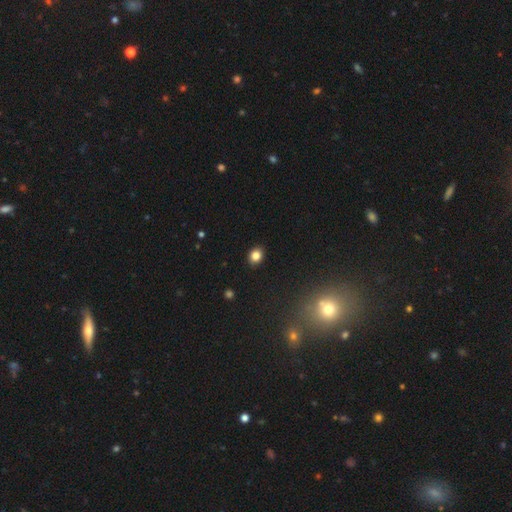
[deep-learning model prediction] A smooth galaxy with no disk features (83%) that is round (54%).

Vote fractions:
- Smooth or featured? smooth: 83% / star or artifact: 12% / featured or disk: 5%
- How rounded? round: 54% / in between: 45% / cigar-shaped: 1%
- Merging? none: 89% / minor disturbance: 8% / major disturbance: 2% / merger: 1%